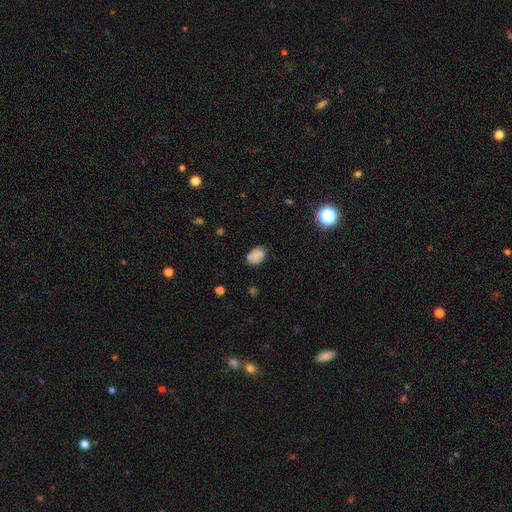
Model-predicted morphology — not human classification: This appears to be a smooth galaxy with no disk features (76%) that is in between round and cigar-shaped (76%). Merging: none (63%).